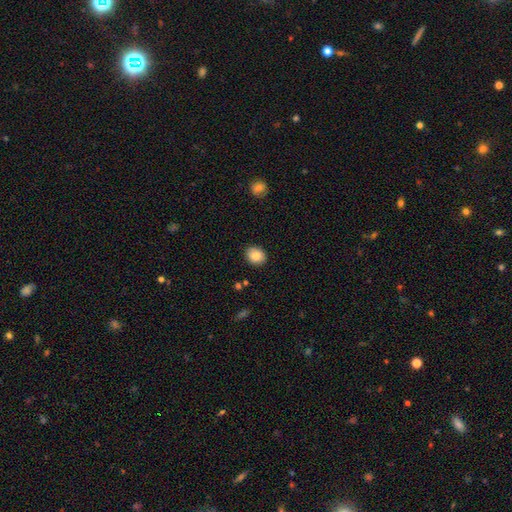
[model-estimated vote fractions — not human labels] Q: Smooth or featured?
A: smooth (87%); runner-up: star or artifact (8%)
Q: How rounded?
A: round (56%); runner-up: in between (44%)
Q: Merging?
A: none (86%); runner-up: minor disturbance (10%)